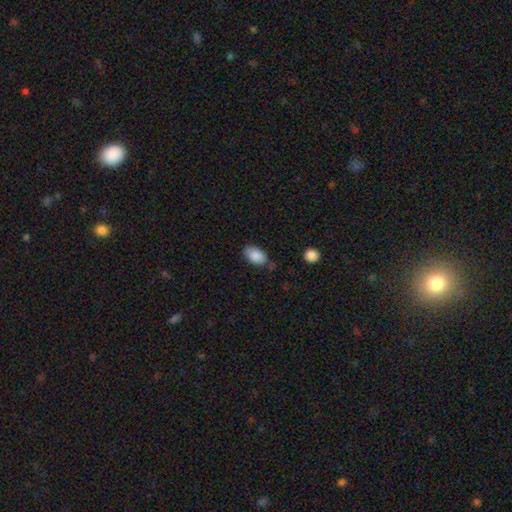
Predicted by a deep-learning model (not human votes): Overall: smooth (87%). How rounded: in between (92%). Merging: none (71%).